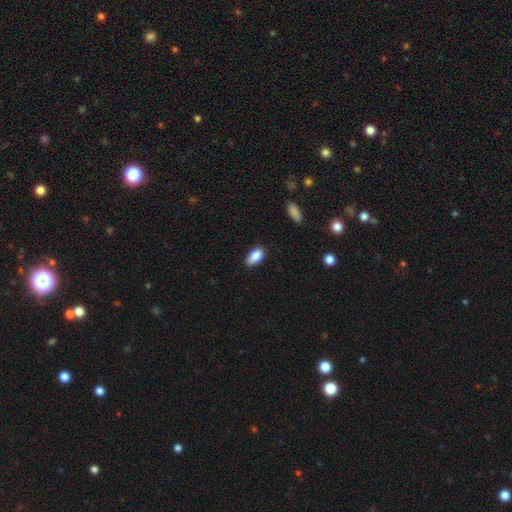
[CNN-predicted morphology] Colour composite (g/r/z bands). It shows a smooth galaxy with no disk features (87%) that is in between round and cigar-shaped (92%). Merging: none (80%).